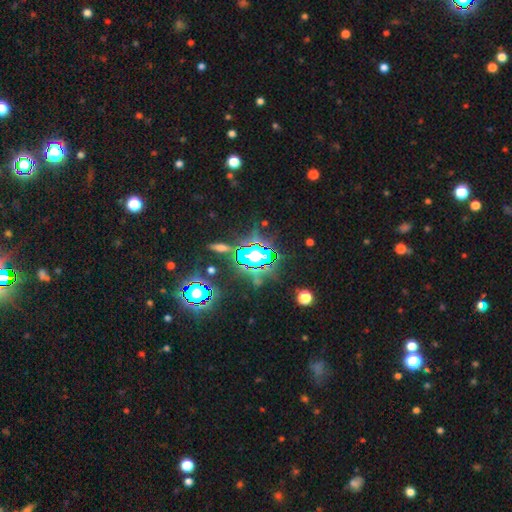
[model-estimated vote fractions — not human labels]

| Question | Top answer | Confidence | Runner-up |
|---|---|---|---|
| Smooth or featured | star or artifact | 70% | smooth (17%) |